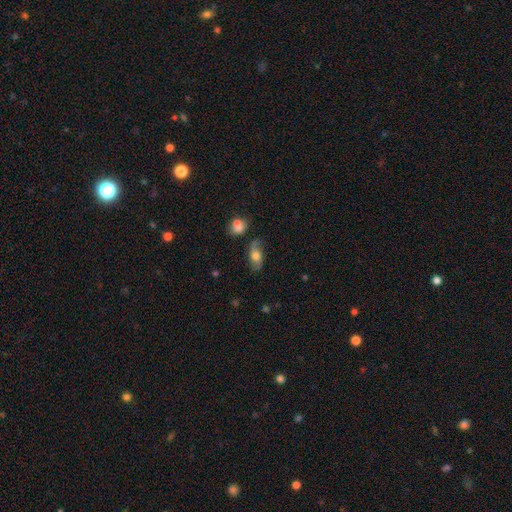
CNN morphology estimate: Smooth or featured?
  - smooth: 58% *
  - featured or disk: 34%
  - star or artifact: 8%
How rounded?
  - in between: 83% *
  - round: 9%
  - cigar-shaped: 8%
Merging?
  - none: 66% *
  - minor disturbance: 22%
  - major disturbance: 7%
  - merger: 5%